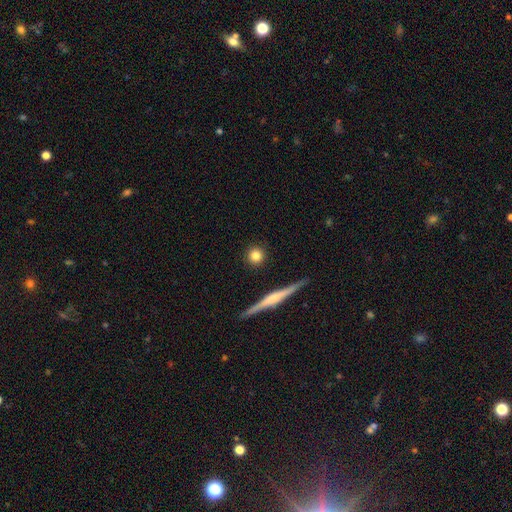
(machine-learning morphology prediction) Smooth or featured? smooth (80%)
How rounded? round (93%)
Merging? none (90%)